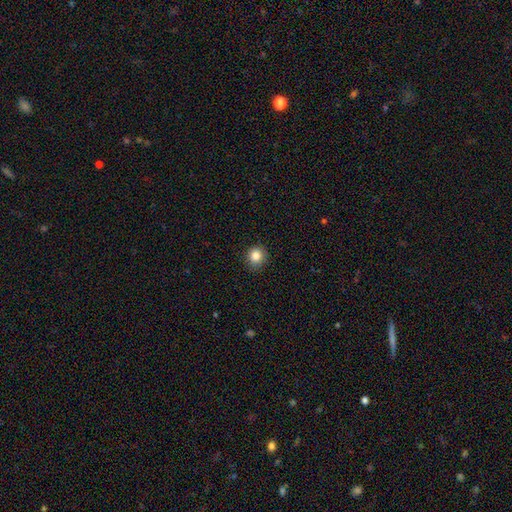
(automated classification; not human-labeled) Smooth or featured? smooth (85%)
How rounded? round (86%)
Merging? none (88%)